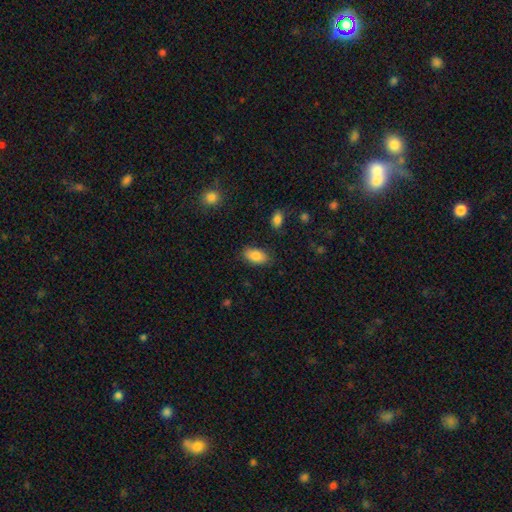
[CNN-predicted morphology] Smooth or featured? Predicted: smooth (p=0.86). How rounded? Predicted: in between (p=0.93). Merging? Predicted: none (p=0.83).